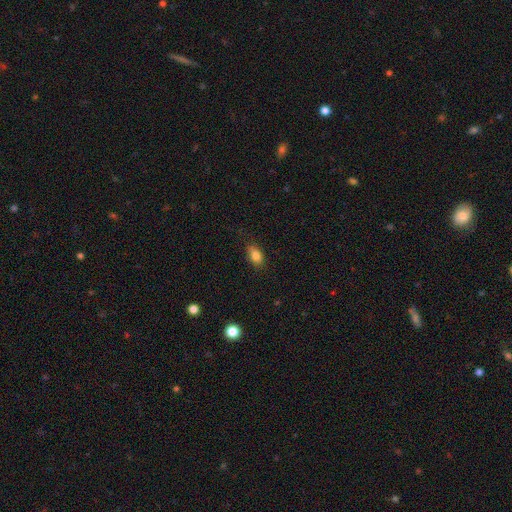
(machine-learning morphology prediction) Smooth or featured? smooth (83%)
How rounded? in between (84%)
Merging? none (75%)